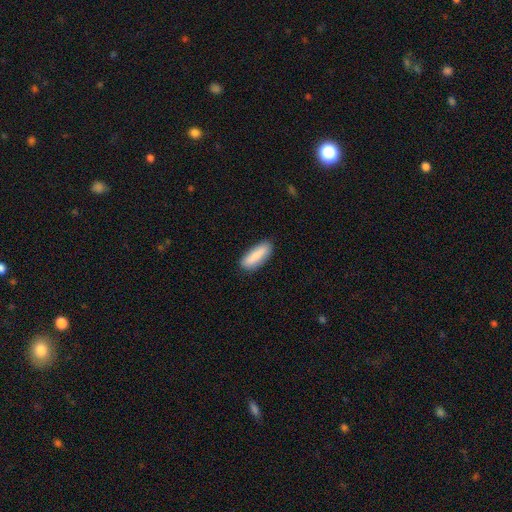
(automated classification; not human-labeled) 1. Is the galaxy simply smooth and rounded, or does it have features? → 83% smooth, 11% featured or disk, 6% star or artifact.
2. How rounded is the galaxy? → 56% in between, 43% cigar-shaped, 2% round.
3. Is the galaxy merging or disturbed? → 85% none, 11% minor disturbance, 2% major disturbance, 1% merger.